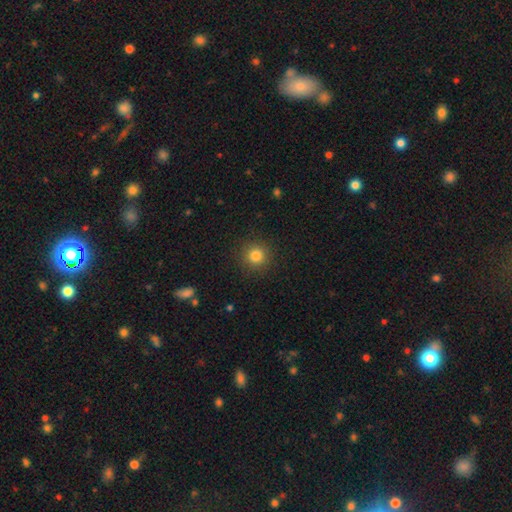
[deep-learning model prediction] Q: Smooth or featured?
A: smooth (82%); runner-up: star or artifact (12%)
Q: How rounded?
A: round (94%); runner-up: in between (5%)
Q: Merging?
A: none (91%); runner-up: minor disturbance (6%)